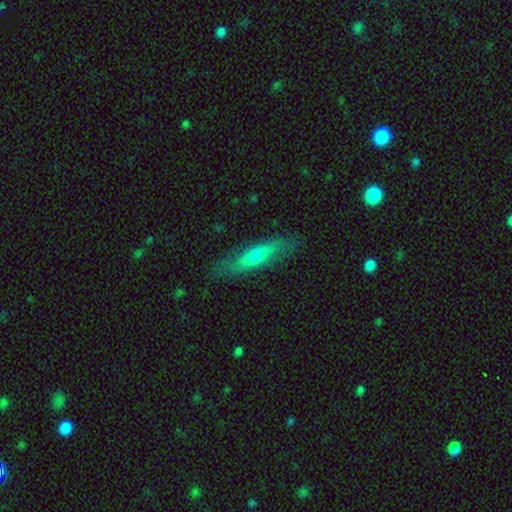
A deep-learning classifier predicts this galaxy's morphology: smooth-or-featured: smooth: 54% | featured or disk: 40% | star or artifact: 6%
  how-rounded: cigar-shaped: 78% | in between: 20% | round: 2%
  merging: none: 83% | minor disturbance: 12% | major disturbance: 3% | merger: 1%